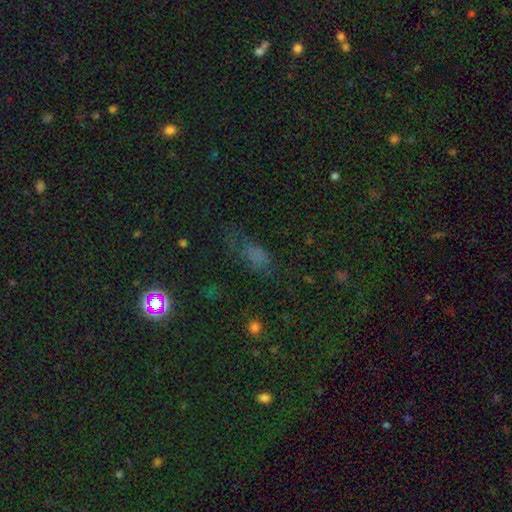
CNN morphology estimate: Smooth or featured: smooth — 53% (star or artifact — 33%)
How rounded: in between — 70% (cigar-shaped — 18%)
Merging: none — 51% (minor disturbance — 25%)